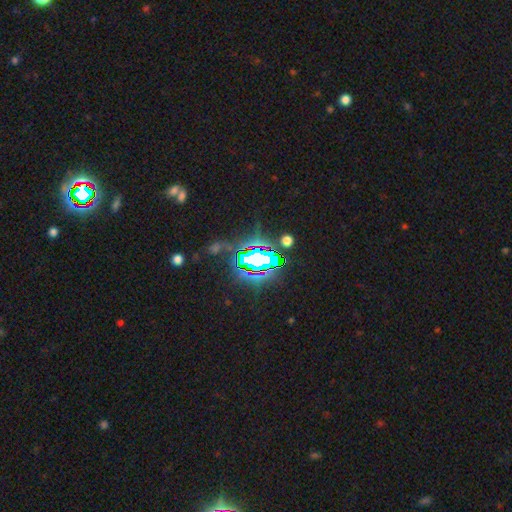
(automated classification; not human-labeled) star or artifact 78%, smooth 13%, featured or disk 9%.